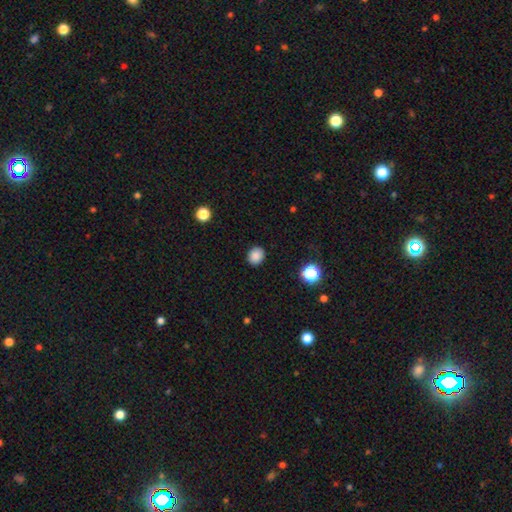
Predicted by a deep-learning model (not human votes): Q: Smooth or featured?
A: smooth (86%); runner-up: star or artifact (11%)
Q: How rounded?
A: round (66%); runner-up: in between (33%)
Q: Merging?
A: none (89%); runner-up: minor disturbance (8%)